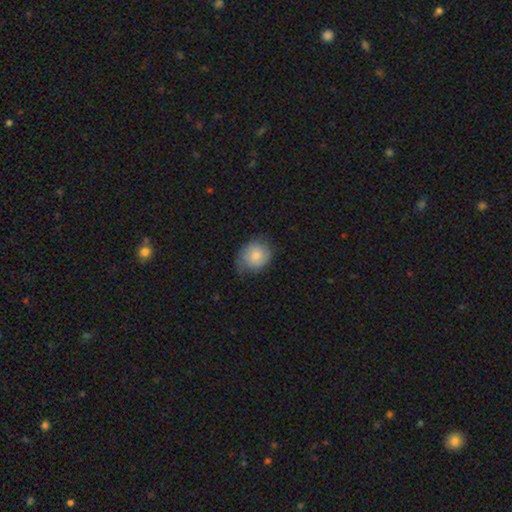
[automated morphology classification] A smooth galaxy with no disk features (73%) that is round (62%). Merging: none (57%).